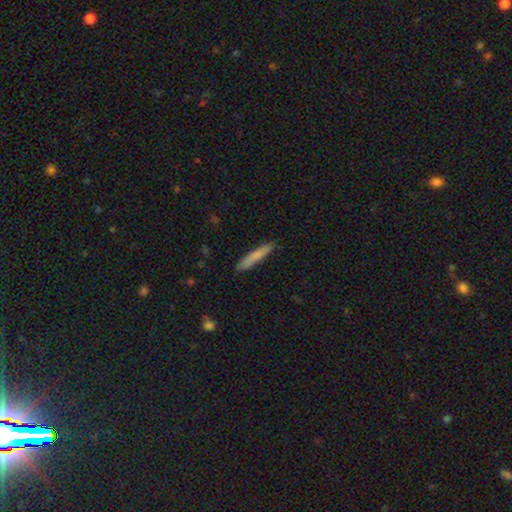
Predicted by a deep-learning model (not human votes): The model was most divided on "smooth or featured": smooth: 76%, featured or disk: 19%, star or artifact: 6%. More confident: how rounded — cigar-shaped (92%); merging — none (87%).